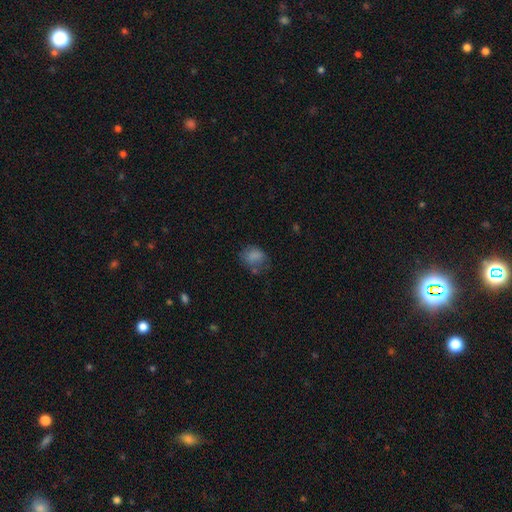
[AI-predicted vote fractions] smooth 71%, star or artifact 16%, featured or disk 13%. Down the decision tree: how rounded — round (50%); merging — none (57%).